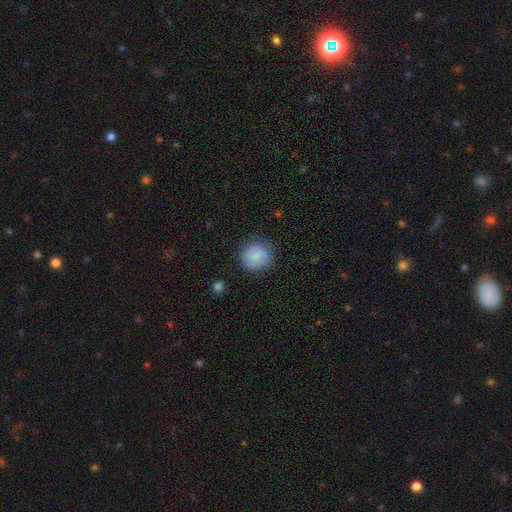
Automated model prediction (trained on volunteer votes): Smooth or featured?
  - smooth: 85% *
  - star or artifact: 8%
  - featured or disk: 8%
How rounded?
  - round: 91% *
  - in between: 8%
  - cigar-shaped: 1%
Merging?
  - none: 80% *
  - minor disturbance: 14%
  - major disturbance: 4%
  - merger: 1%